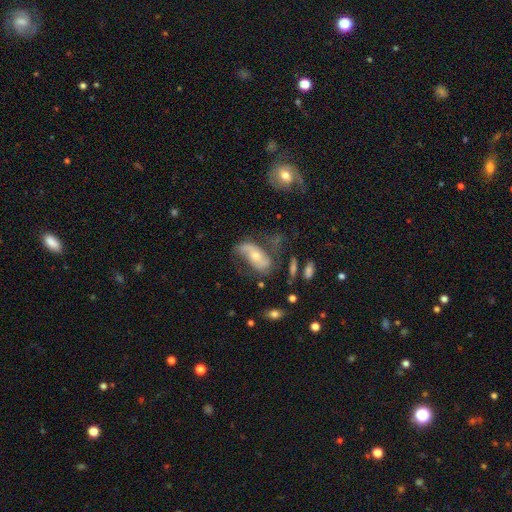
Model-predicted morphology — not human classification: featured or disk 63%, smooth 29%, star or artifact 8%. Down the decision tree: edge-on disk — no (90%); bar — no (56%); spiral arms — yes (81%); bulge size — moderate (51%); merging — none (43%).